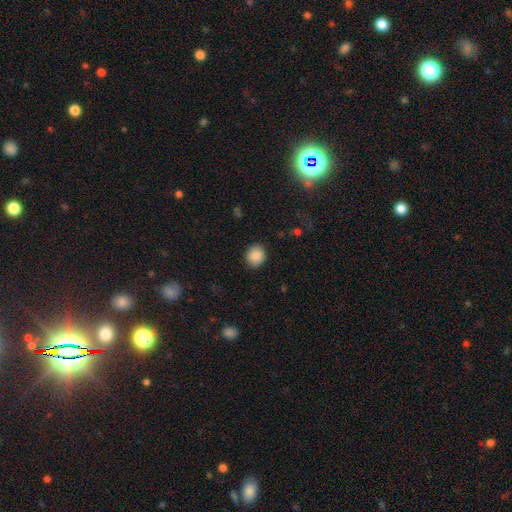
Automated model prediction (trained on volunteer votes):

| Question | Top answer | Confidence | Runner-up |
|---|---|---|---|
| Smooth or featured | smooth | 88% | star or artifact (8%) |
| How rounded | round | 76% | in between (23%) |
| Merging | none | 88% | minor disturbance (8%) |